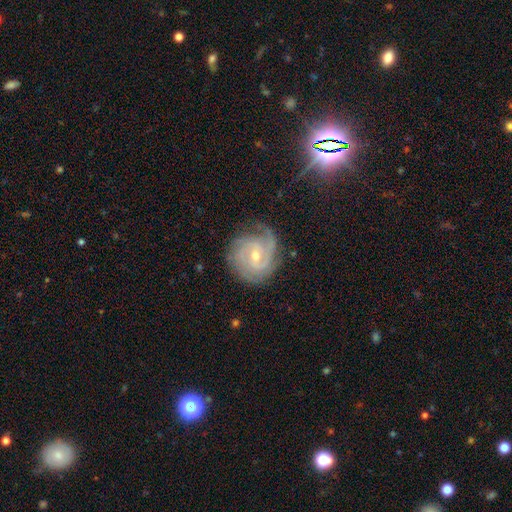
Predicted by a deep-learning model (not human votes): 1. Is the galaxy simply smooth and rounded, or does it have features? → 87% featured or disk, 7% star or artifact, 6% smooth.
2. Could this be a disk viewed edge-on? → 98% no, 2% yes.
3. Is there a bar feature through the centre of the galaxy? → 46% weak, 40% no, 15% strong.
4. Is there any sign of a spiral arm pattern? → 98% yes, 2% no.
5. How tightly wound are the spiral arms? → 66% tight, 29% medium, 5% loose.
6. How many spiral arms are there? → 34% 3, 23% 2, 19% can't tell, 11% 4, 6% 1, 6% more than 4.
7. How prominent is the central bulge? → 53% small, 45% moderate, 1% large, 1% none, 1% dominant.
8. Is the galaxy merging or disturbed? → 73% none, 19% minor disturbance, 7% major disturbance, 1% merger.